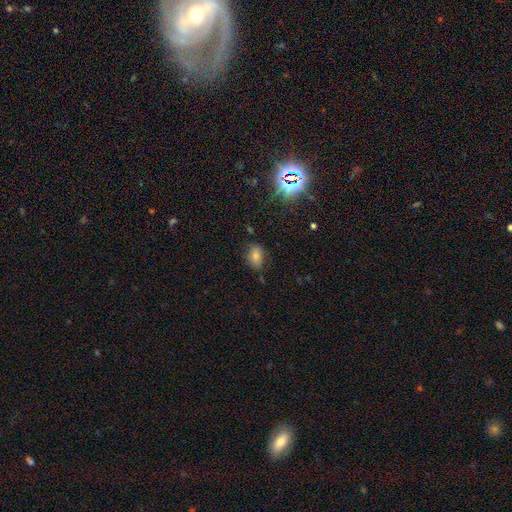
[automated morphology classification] Smooth or featured? smooth (67%)
How rounded? in between (70%)
Merging? none (76%)